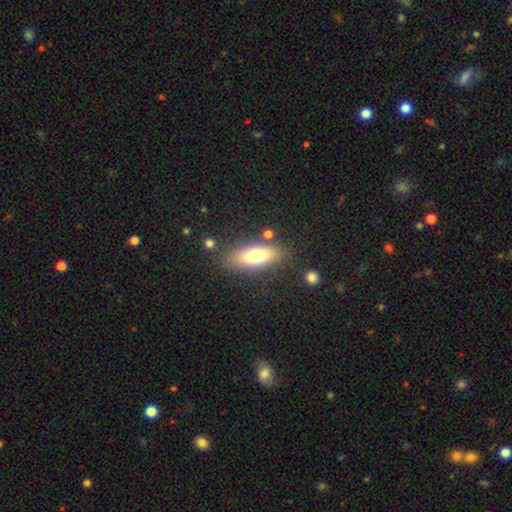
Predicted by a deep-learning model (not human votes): Smooth or featured: smooth — 70% (featured or disk — 23%)
How rounded: in between — 67% (cigar-shaped — 30%)
Merging: none — 80% (minor disturbance — 12%)